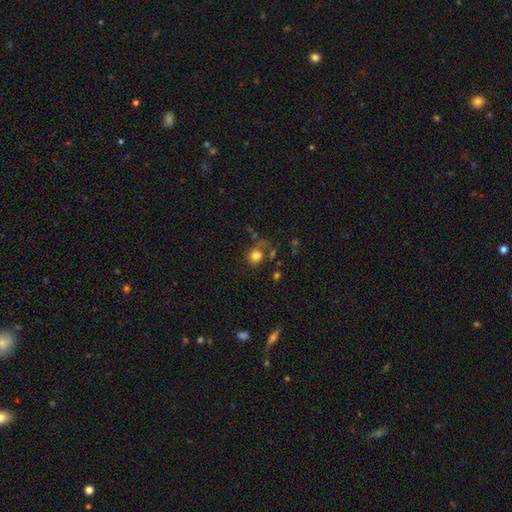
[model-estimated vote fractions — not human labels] This is likely a smooth galaxy (78%). How rounded: likely round (74%). Merging: possibly none (54%).